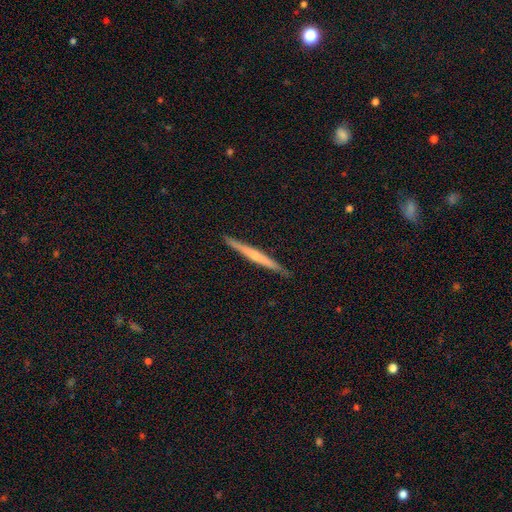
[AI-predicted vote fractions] Overall: featured or disk (56%; smooth 38%). Edge-on disk: yes (97%). Edge-on bulge: none (56%; rounded 38%). Merging: none (91%).